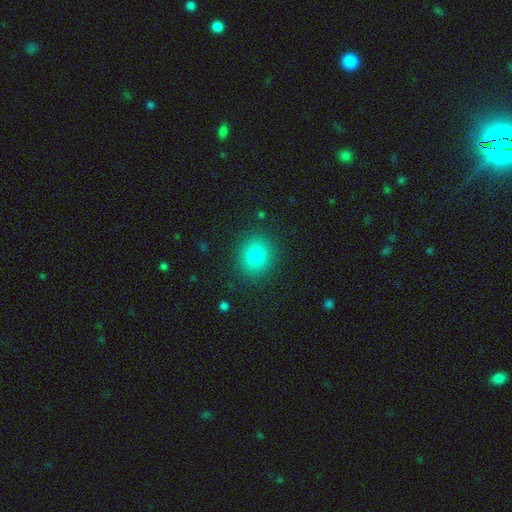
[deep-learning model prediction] This is clearly a smooth galaxy (82%). How rounded: likely round (77%). Merging: clearly none (88%).